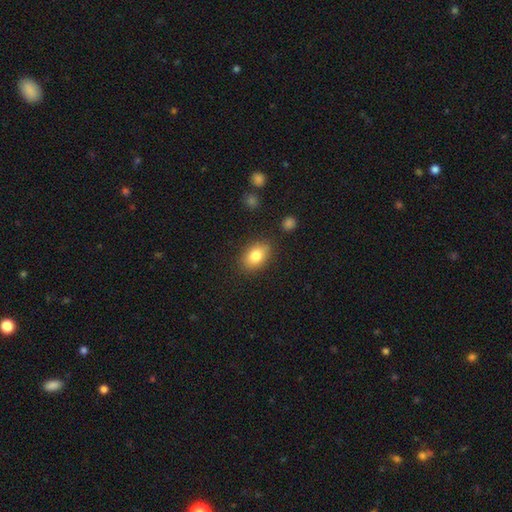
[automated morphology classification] A smooth galaxy with no disk features (82%) that is in between round and cigar-shaped (84%).

Vote fractions:
- Smooth or featured? smooth: 82% / featured or disk: 10% / star or artifact: 8%
- How rounded? in between: 84% / round: 15% / cigar-shaped: 1%
- Merging? none: 84% / minor disturbance: 11% / major disturbance: 3% / merger: 2%